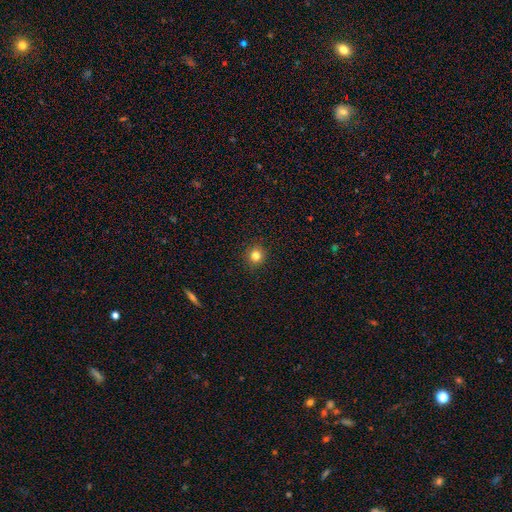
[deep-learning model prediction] Morphology: type=smooth (81%); roundness=round (91%); merging=none (92%).